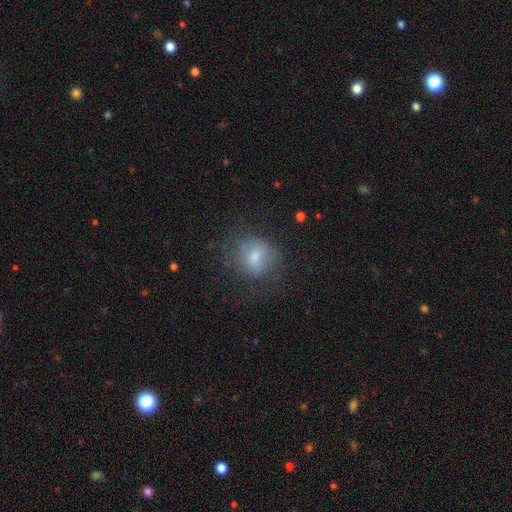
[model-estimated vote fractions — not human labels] This appears to be a smooth galaxy with no disk features (61%) that is round (61%). Merging: none (63%).